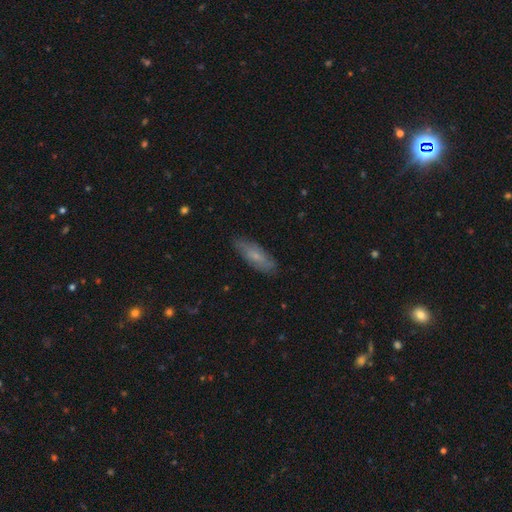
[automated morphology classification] A smooth galaxy with no disk features (59%) that is in between round and cigar-shaped (59%). Merging: none (80%).